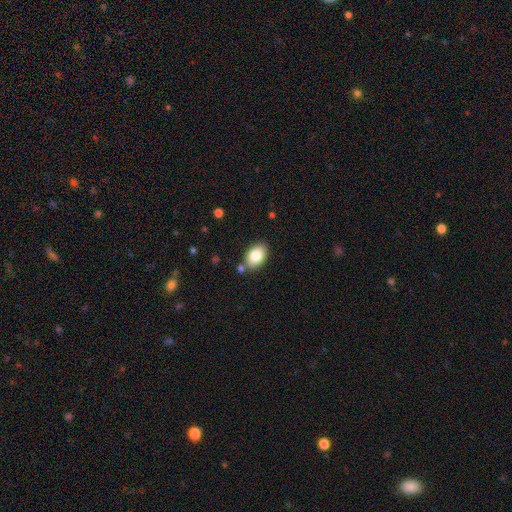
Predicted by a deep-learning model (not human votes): This is clearly a smooth galaxy (84%). How rounded: clearly in between (88%). Merging: likely none (79%).